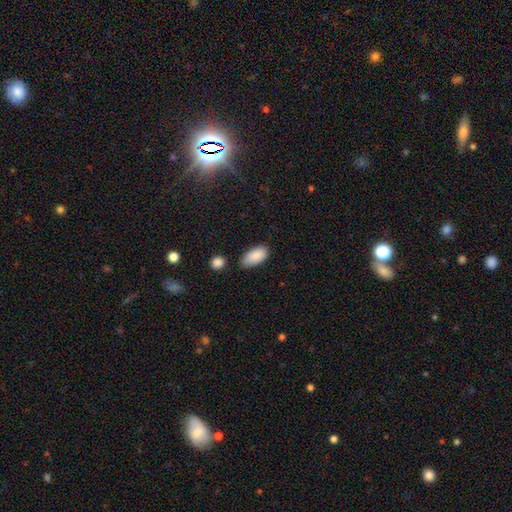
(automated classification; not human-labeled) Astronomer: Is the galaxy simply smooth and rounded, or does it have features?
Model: smooth — 89%.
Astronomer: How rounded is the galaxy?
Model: in between — 93%.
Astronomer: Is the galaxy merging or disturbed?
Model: none — 71%.